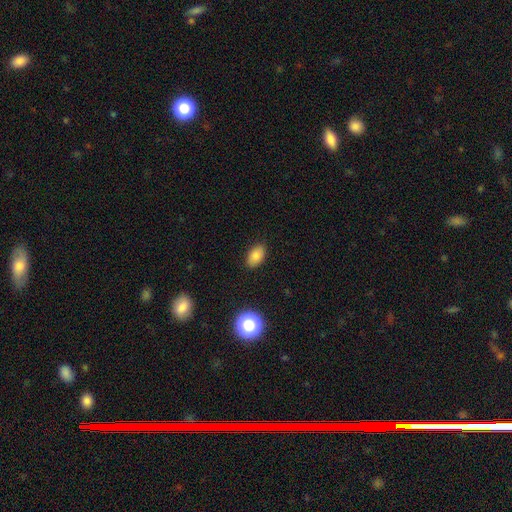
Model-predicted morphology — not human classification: A smooth galaxy with no disk features (81%) that is in between round and cigar-shaped (90%). Merging: none (88%).